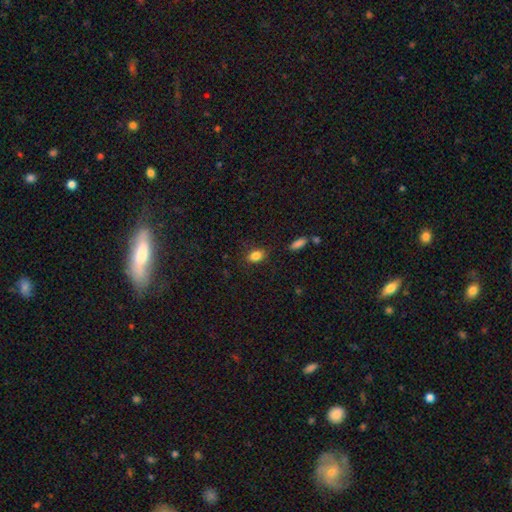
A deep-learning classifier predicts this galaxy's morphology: Smooth or featured? smooth (84%)
How rounded? in between (77%)
Merging? none (83%)